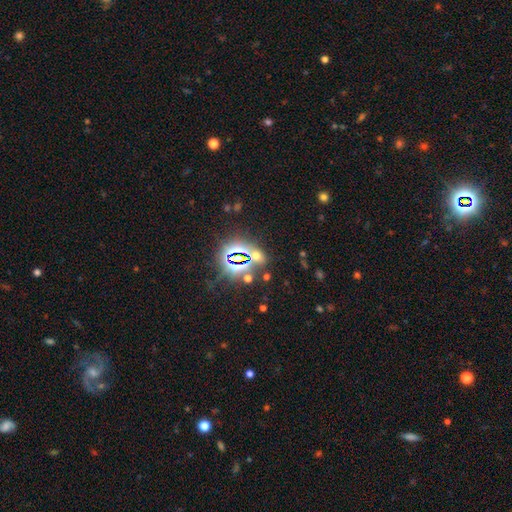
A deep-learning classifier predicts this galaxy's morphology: Smooth or featured? Predicted: star or artifact (p=0.60).